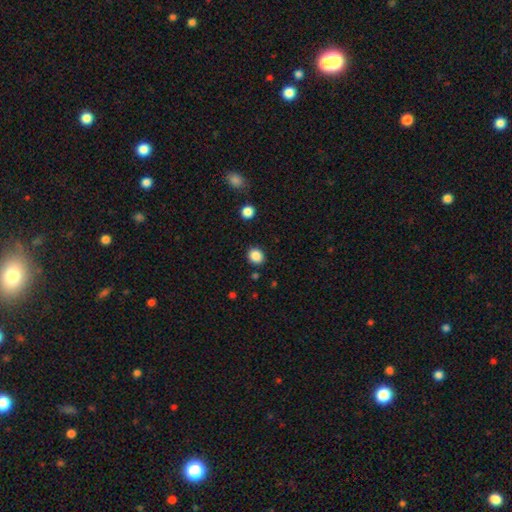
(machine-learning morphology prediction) The model was most divided on "how rounded": round: 73%, in between: 26%, cigar-shaped: 1%. More confident: merging — none (88%); smooth or featured — smooth (87%).